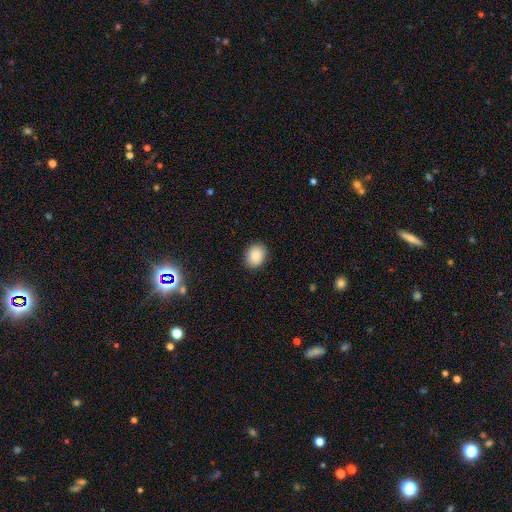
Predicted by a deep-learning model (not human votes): smooth 89%, star or artifact 8%, featured or disk 3%. Down the decision tree: how rounded — round (54%); merging — none (89%).